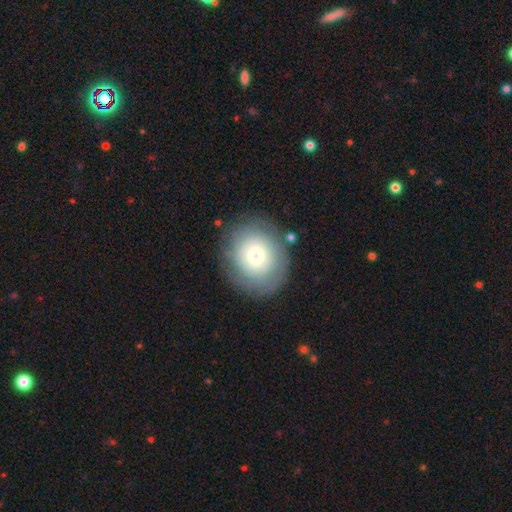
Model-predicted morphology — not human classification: Overall: smooth (51%; featured or disk 40%). How rounded: round (73%). Merging: none (80%).